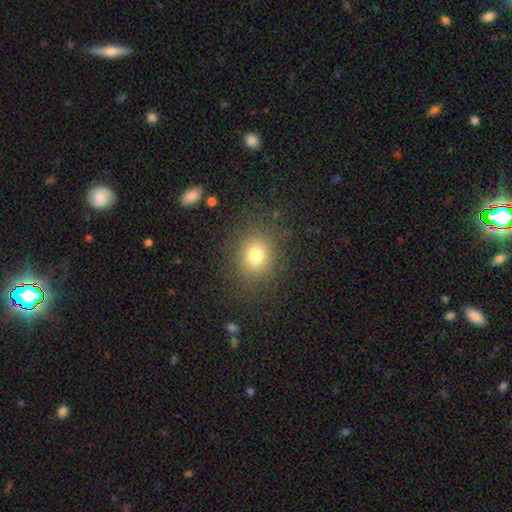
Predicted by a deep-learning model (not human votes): This is likely a smooth galaxy (76%). How rounded: likely round (72%). Merging: clearly none (85%).